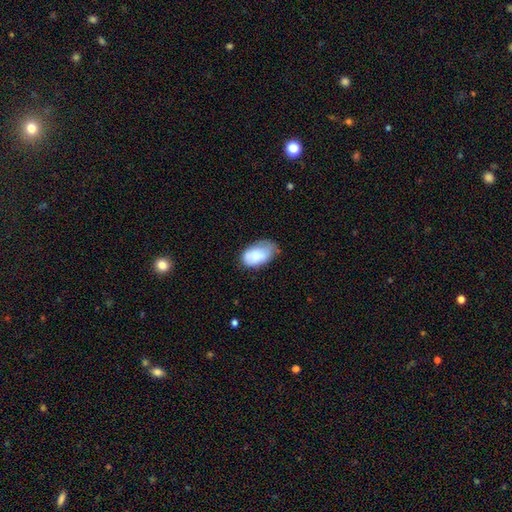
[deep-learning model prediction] The model was most divided on "merging": none: 52%, minor disturbance: 35%, major disturbance: 10%, merger: 2%. More confident: how rounded — in between (94%); smooth or featured — smooth (80%).